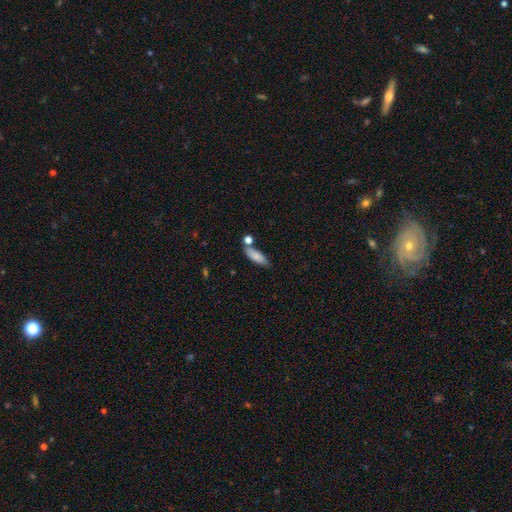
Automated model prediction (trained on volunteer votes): Q: Smooth or featured?
A: smooth (81%); runner-up: featured or disk (12%)
Q: How rounded?
A: in between (62%); runner-up: cigar-shaped (35%)
Q: Merging?
A: none (66%); runner-up: minor disturbance (15%)